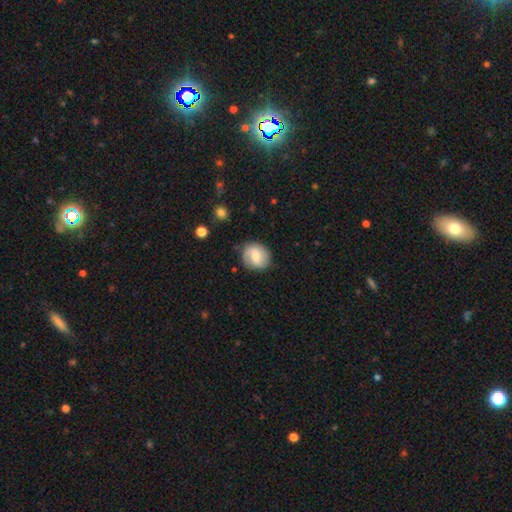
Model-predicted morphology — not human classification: The model was most divided on "smooth or featured": smooth: 51%, featured or disk: 42%, star or artifact: 7%. More confident: how rounded — round (76%); merging — none (76%).